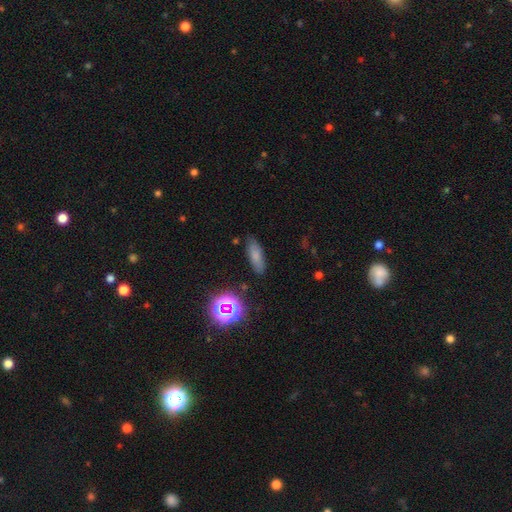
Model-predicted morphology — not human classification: smooth-or-featured: smooth: 73% | star or artifact: 15% | featured or disk: 12%
  how-rounded: in between: 60% | cigar-shaped: 35% | round: 5%
  merging: none: 81% | minor disturbance: 13% | major disturbance: 4% | merger: 2%